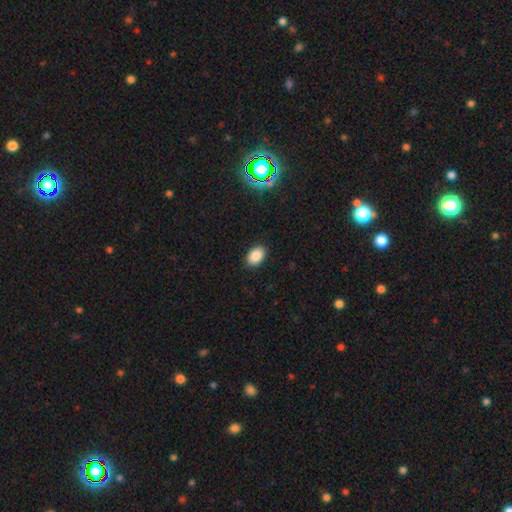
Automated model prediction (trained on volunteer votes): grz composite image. It shows a smooth galaxy with no disk features (87%) that is in between round and cigar-shaped (87%). Merging: none (89%).